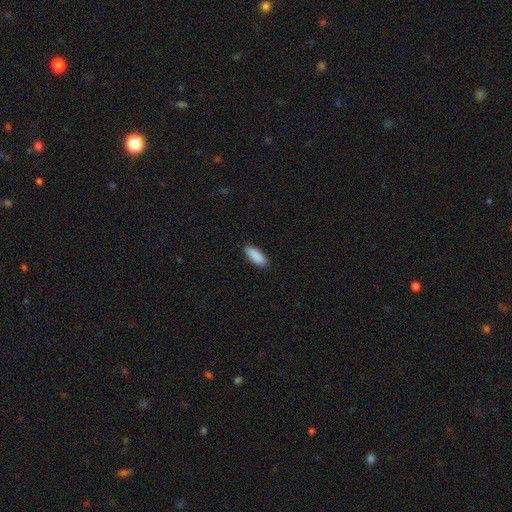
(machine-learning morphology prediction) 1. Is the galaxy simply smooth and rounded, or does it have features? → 91% smooth, 6% star or artifact, 3% featured or disk.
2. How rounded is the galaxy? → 77% in between, 21% cigar-shaped, 2% round.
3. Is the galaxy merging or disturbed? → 89% none, 8% minor disturbance, 2% major disturbance, 1% merger.